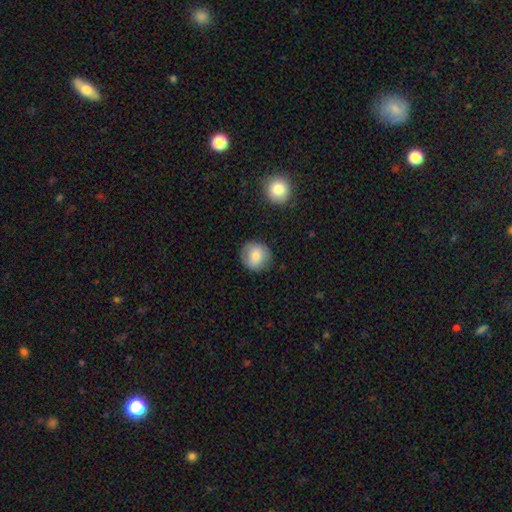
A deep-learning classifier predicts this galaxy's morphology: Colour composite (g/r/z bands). It shows a smooth galaxy with no disk features (76%) that is round (90%). Merging: none (83%).